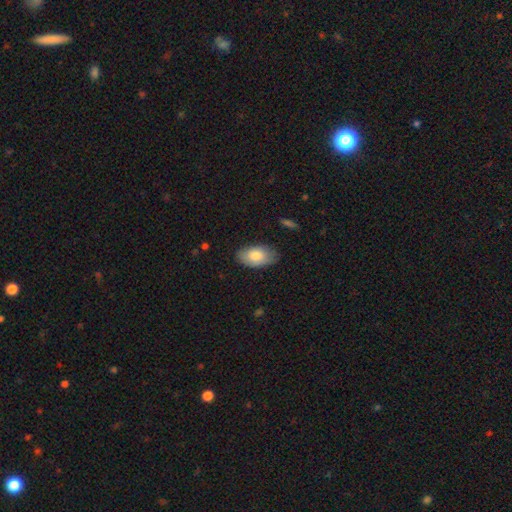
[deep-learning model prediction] This is likely a smooth galaxy (78%). How rounded: clearly in between (94%). Merging: likely none (75%).